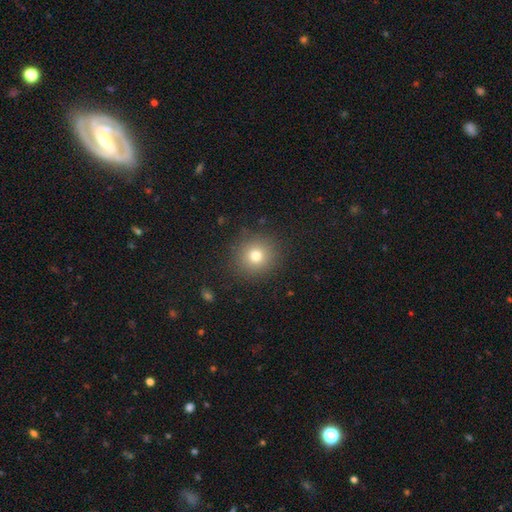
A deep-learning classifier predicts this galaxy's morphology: Smooth or featured?
  - smooth: 76% *
  - star or artifact: 14%
  - featured or disk: 10%
How rounded?
  - round: 92% *
  - in between: 7%
  - cigar-shaped: 1%
Merging?
  - none: 89% *
  - minor disturbance: 7%
  - major disturbance: 3%
  - merger: 1%